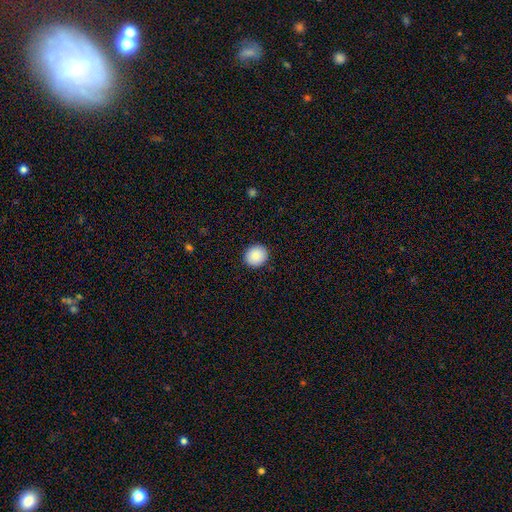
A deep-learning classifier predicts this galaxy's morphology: This is clearly a smooth galaxy (88%). How rounded: clearly round (83%). Merging: clearly none (92%).